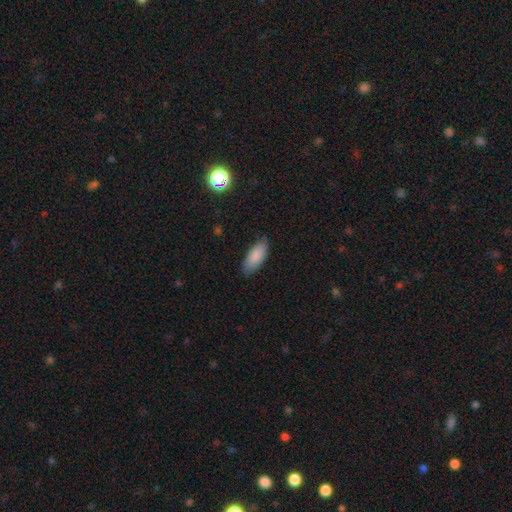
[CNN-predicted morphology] Q: Smooth or featured?
A: smooth (86%); runner-up: featured or disk (8%)
Q: How rounded?
A: in between (83%); runner-up: cigar-shaped (15%)
Q: Merging?
A: none (82%); runner-up: minor disturbance (15%)